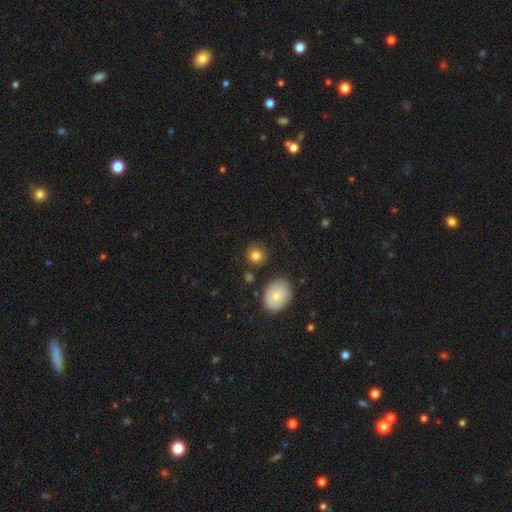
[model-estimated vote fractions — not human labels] Smooth or featured? Predicted: smooth (p=0.82). How rounded? Predicted: round (p=0.86). Merging? Predicted: none (p=0.81).